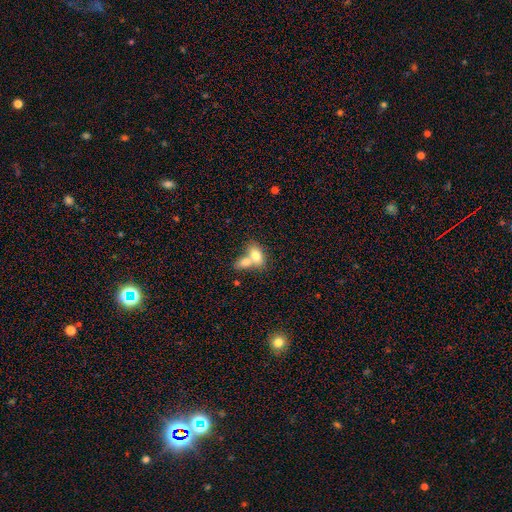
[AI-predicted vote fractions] Smooth or featured? Predicted: smooth (p=0.75). How rounded? Predicted: in between (p=0.84). Merging? Predicted: merger (p=0.67).